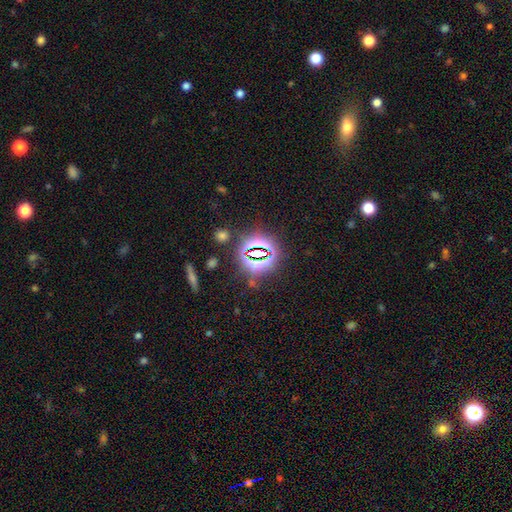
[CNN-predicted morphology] This appears to be a star or artifact, not a galaxy (74%).